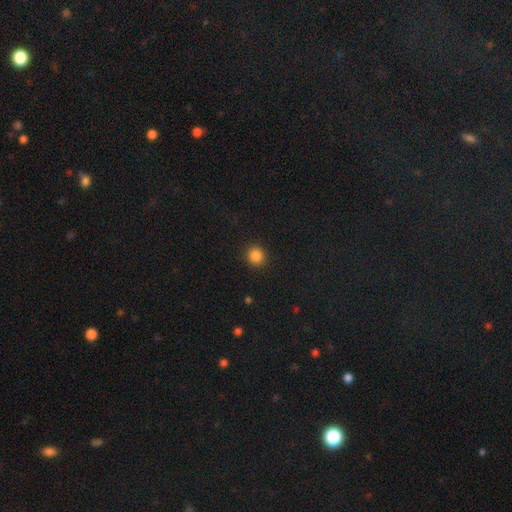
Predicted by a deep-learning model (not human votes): smooth 85%, star or artifact 11%, featured or disk 3%. Down the decision tree: how rounded — round (91%); merging — none (91%).